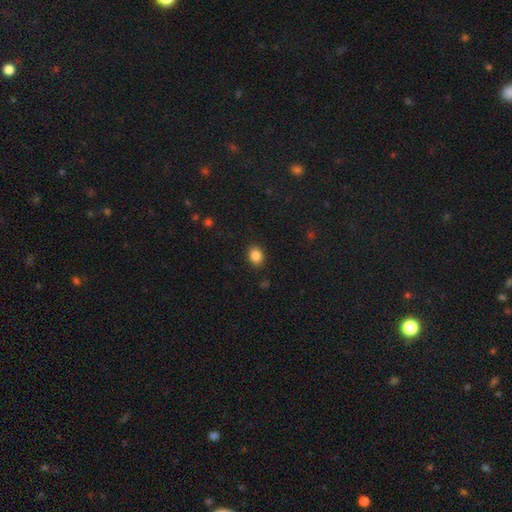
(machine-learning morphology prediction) Smooth or featured? Predicted: smooth (p=0.86). How rounded? Predicted: round (p=0.53). Merging? Predicted: none (p=0.89).